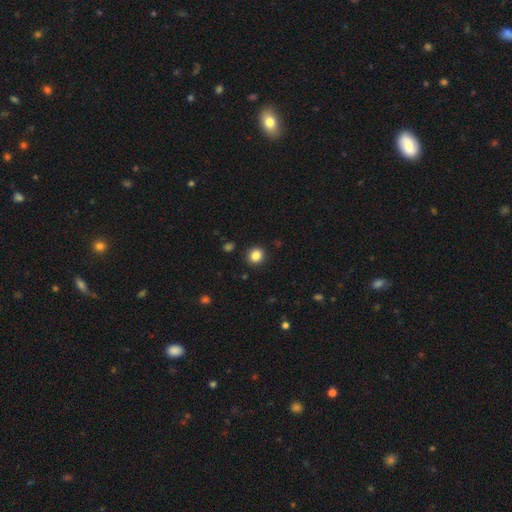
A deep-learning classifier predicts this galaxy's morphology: Smooth or featured?
  - smooth: 85% *
  - star or artifact: 11%
  - featured or disk: 4%
How rounded?
  - round: 85% *
  - in between: 14%
  - cigar-shaped: 1%
Merging?
  - none: 91% *
  - minor disturbance: 6%
  - major disturbance: 2%
  - merger: 1%